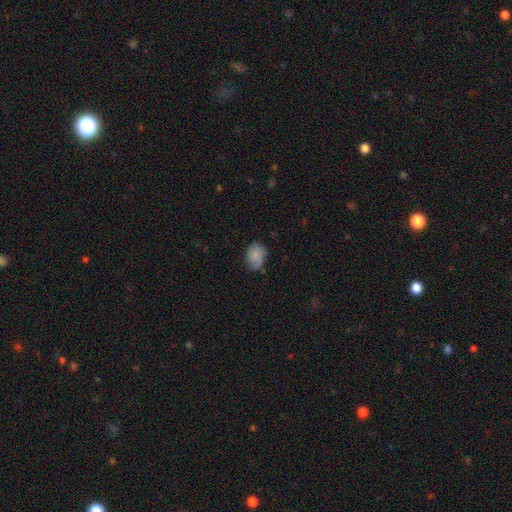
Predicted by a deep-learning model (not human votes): Smooth or featured: smooth — 83% (featured or disk — 10%)
How rounded: in between — 71% (round — 28%)
Merging: none — 69% (minor disturbance — 25%)